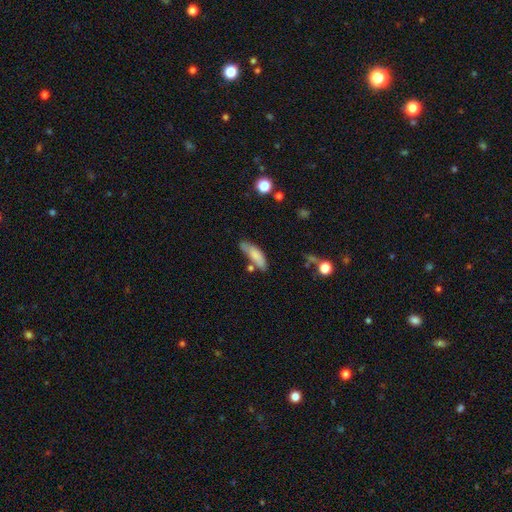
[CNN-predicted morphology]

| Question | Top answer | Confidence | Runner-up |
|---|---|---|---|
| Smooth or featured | smooth | 78% | featured or disk (15%) |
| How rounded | in between | 59% | cigar-shaped (39%) |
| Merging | none | 51% | minor disturbance (27%) |